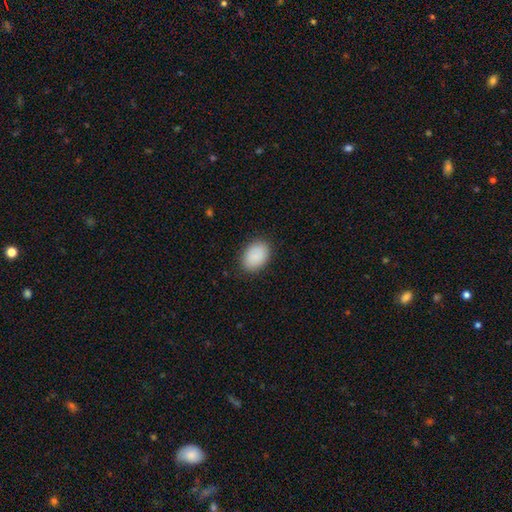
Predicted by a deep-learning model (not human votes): Smooth or featured?
  - smooth: 90% *
  - star or artifact: 6%
  - featured or disk: 4%
How rounded?
  - in between: 79% *
  - round: 20%
  - cigar-shaped: 1%
Merging?
  - none: 87% *
  - minor disturbance: 10%
  - major disturbance: 2%
  - merger: 1%